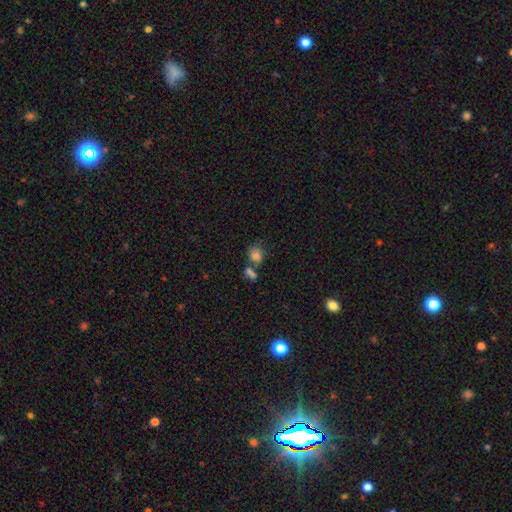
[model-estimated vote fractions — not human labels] Smooth or featured?
  - smooth: 78% *
  - star or artifact: 12%
  - featured or disk: 9%
How rounded?
  - round: 58% *
  - in between: 40%
  - cigar-shaped: 2%
Merging?
  - none: 41% *
  - merger: 37%
  - minor disturbance: 14%
  - major disturbance: 8%